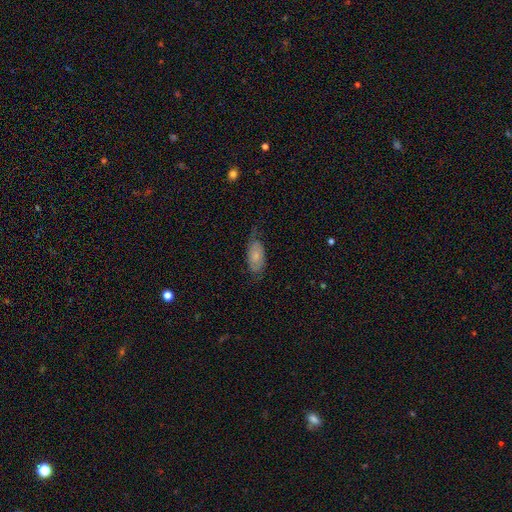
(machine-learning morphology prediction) type=smooth (59%); roundness=in between (91%); merging=none (57%).